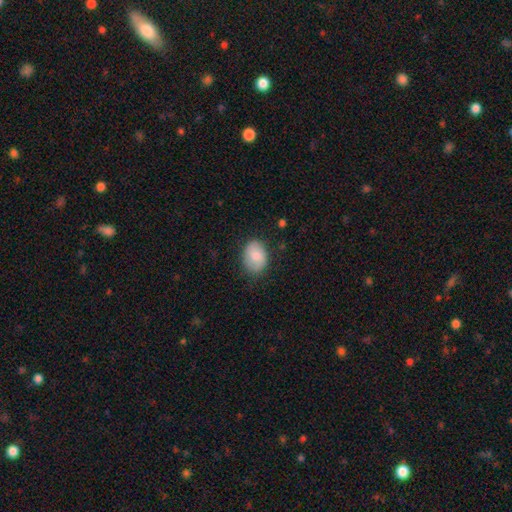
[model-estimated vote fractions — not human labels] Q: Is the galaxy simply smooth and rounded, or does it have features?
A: smooth — 81%.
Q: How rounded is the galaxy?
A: in between — 71%.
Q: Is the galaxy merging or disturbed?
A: none — 79%.